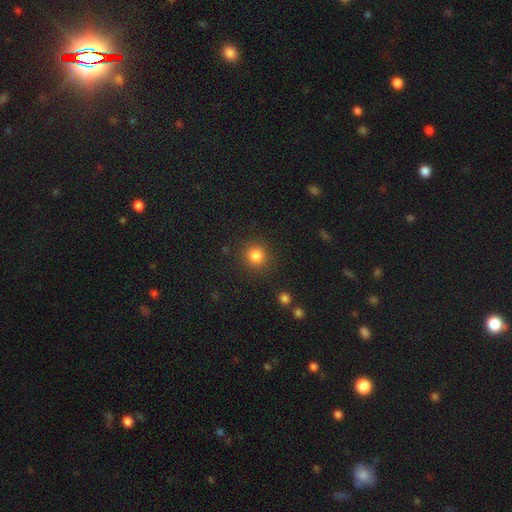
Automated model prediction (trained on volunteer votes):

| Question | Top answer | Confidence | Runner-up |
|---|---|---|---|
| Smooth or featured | smooth | 83% | star or artifact (12%) |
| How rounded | round | 91% | in between (8%) |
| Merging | none | 89% | minor disturbance (7%) |